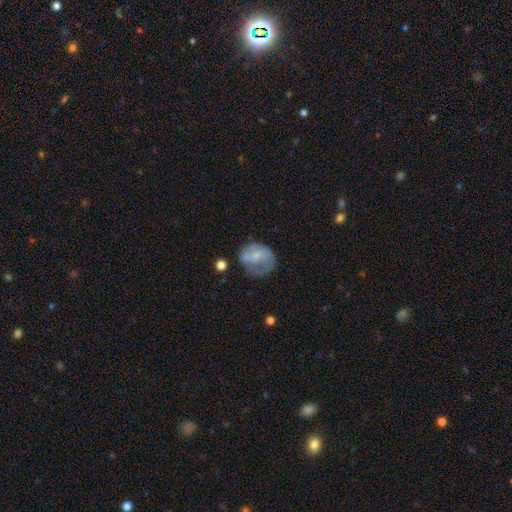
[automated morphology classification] Smooth or featured?
  - smooth: 48% *
  - featured or disk: 43%
  - star or artifact: 9%
Merging?
  - none: 36% *
  - major disturbance: 33%
  - minor disturbance: 27%
  - merger: 4%